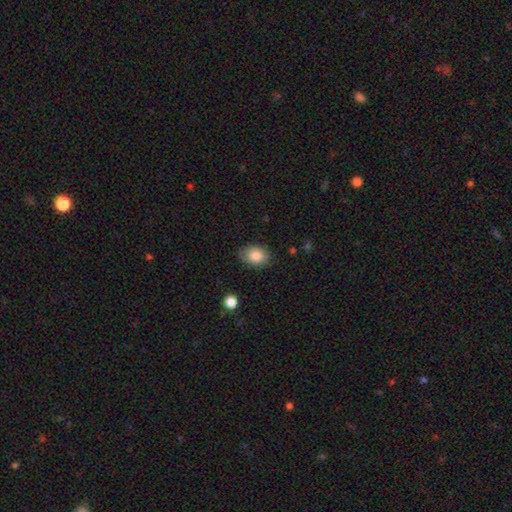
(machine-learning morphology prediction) Smooth or featured?
  - smooth: 85% *
  - star or artifact: 8%
  - featured or disk: 7%
How rounded?
  - in between: 74% *
  - round: 25%
  - cigar-shaped: 1%
Merging?
  - none: 82% *
  - minor disturbance: 14%
  - major disturbance: 3%
  - merger: 1%